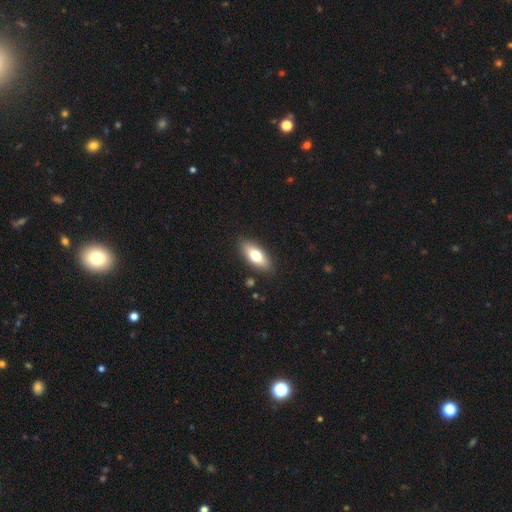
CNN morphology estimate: This appears to be a smooth galaxy with no disk features (71%) that is in between round and cigar-shaped (81%). Merging: none (88%).